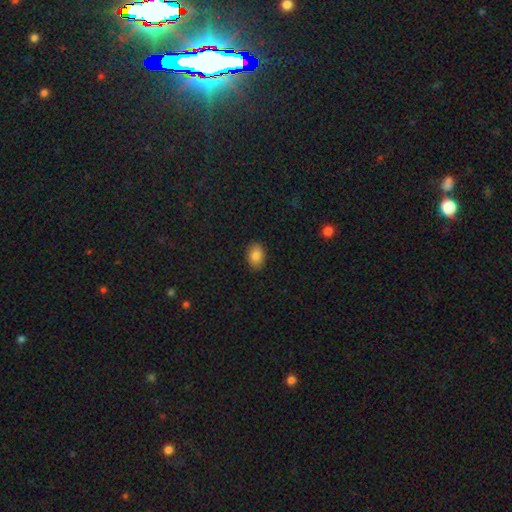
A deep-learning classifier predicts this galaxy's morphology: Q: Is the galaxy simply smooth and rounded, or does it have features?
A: smooth — 84%.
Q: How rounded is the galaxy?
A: in between — 79%.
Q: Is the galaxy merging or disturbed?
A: none — 89%.